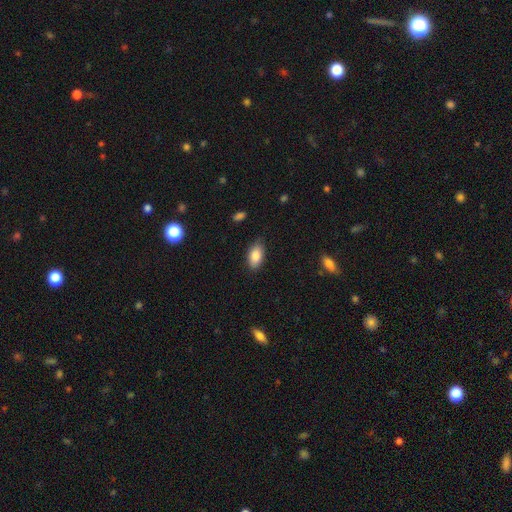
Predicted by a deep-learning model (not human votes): Smooth or featured? Predicted: smooth (p=0.84). How rounded? Predicted: in between (p=0.92). Merging? Predicted: none (p=0.81).